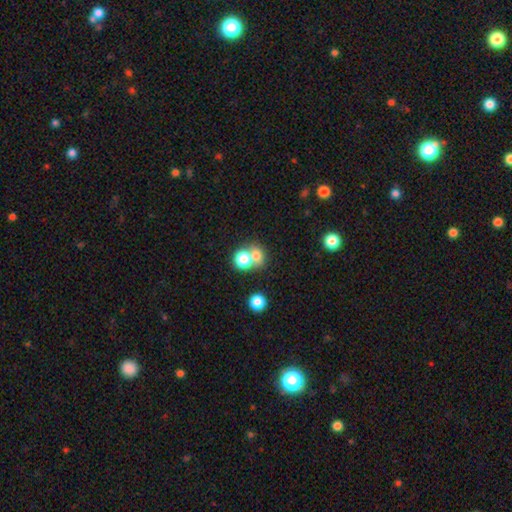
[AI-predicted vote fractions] Morphology: type=smooth (74%); roundness=round (69%); merging=merger (49%).